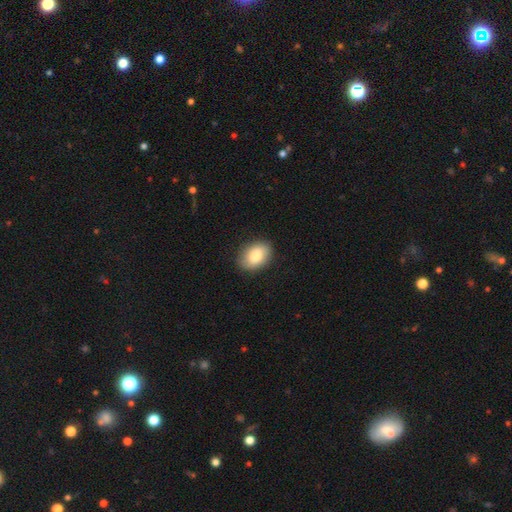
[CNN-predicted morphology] Overall: smooth (82%). How rounded: in between (82%). Merging: none (88%).